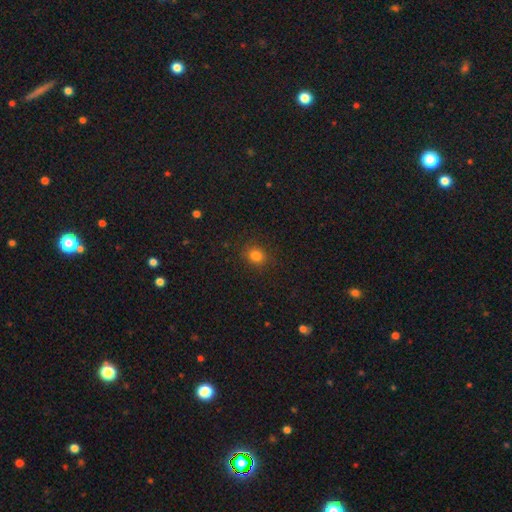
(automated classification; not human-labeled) Smooth or featured?
  - smooth: 81% *
  - star or artifact: 14%
  - featured or disk: 5%
How rounded?
  - round: 74% *
  - in between: 25%
  - cigar-shaped: 1%
Merging?
  - none: 88% *
  - minor disturbance: 9%
  - major disturbance: 3%
  - merger: 1%